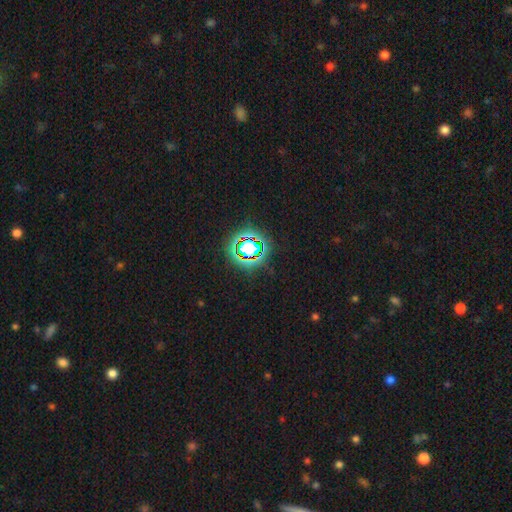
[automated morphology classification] A star or artifact, not a galaxy (77%).